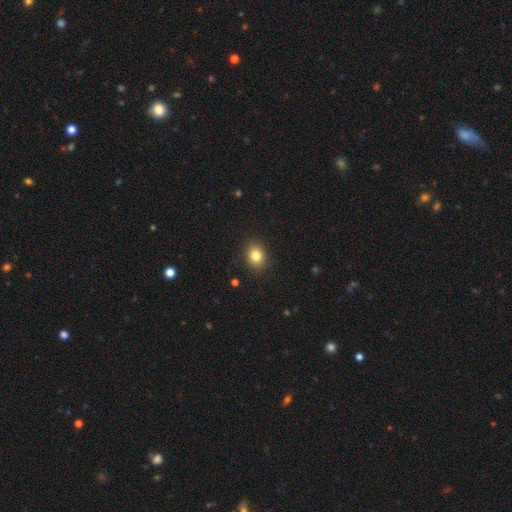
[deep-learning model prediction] This appears to be a smooth galaxy with no disk features (82%) that is round (51%). Merging: none (89%).